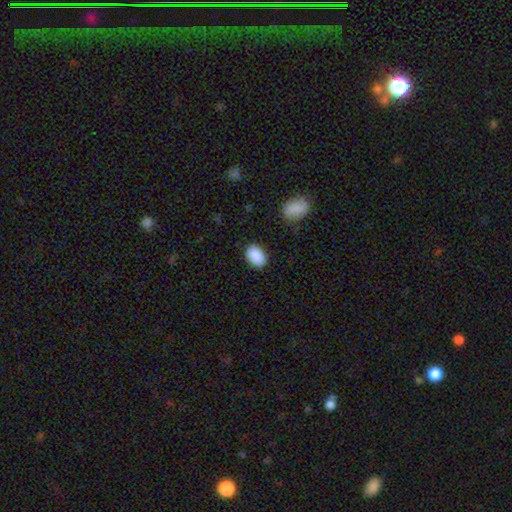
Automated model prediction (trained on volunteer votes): The model was most divided on "how rounded": in between: 83%, round: 16%, cigar-shaped: 1%. More confident: smooth or featured — smooth (90%); merging — none (86%).